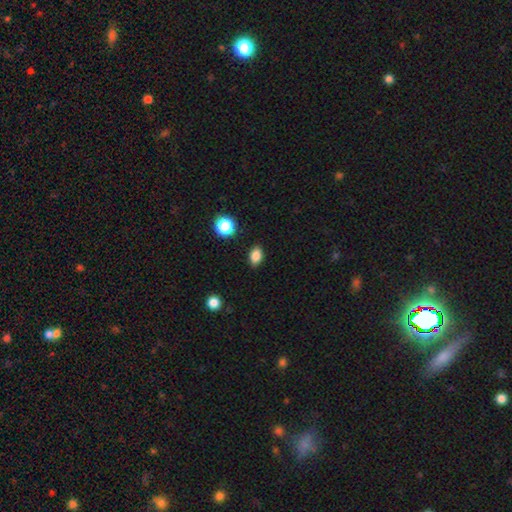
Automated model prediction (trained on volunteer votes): Smooth or featured? Predicted: smooth (p=0.85). How rounded? Predicted: in between (p=0.78). Merging? Predicted: none (p=0.87).